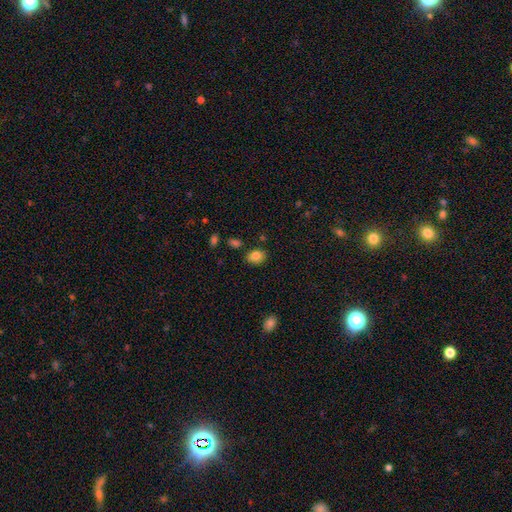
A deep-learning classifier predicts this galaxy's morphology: The model was most divided on "how rounded": in between: 66%, round: 33%, cigar-shaped: 1%. More confident: smooth or featured — smooth (82%); merging — none (82%).